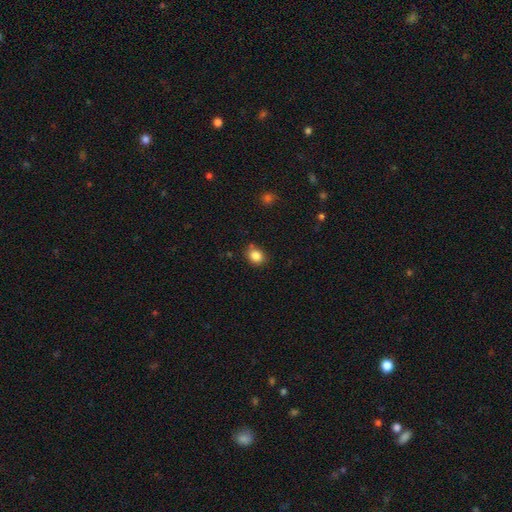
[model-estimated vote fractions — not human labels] smooth 85%, star or artifact 10%, featured or disk 5%. Down the decision tree: how rounded — round (61%); merging — none (77%).